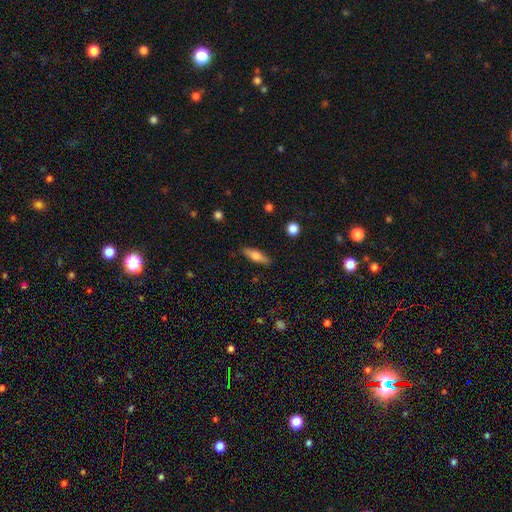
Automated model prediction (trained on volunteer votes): This is likely a smooth galaxy (64%). How rounded: possibly cigar-shaped (59%). Merging: clearly none (88%).